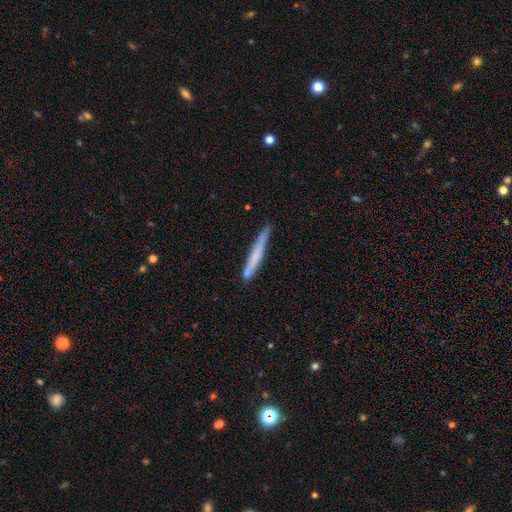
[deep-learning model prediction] Morphology: type=smooth (58%); roundness=cigar-shaped (96%); merging=none (78%).